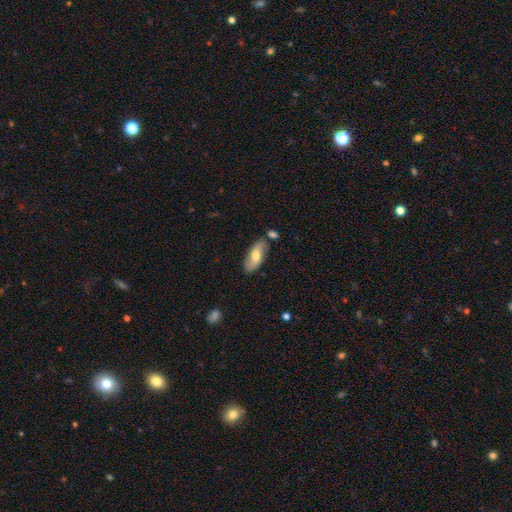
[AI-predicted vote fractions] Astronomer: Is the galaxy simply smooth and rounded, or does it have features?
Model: smooth — 52% (runner-up: featured or disk, 42%).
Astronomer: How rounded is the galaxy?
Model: in between — 76%.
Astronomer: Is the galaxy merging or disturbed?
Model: none — 76%.